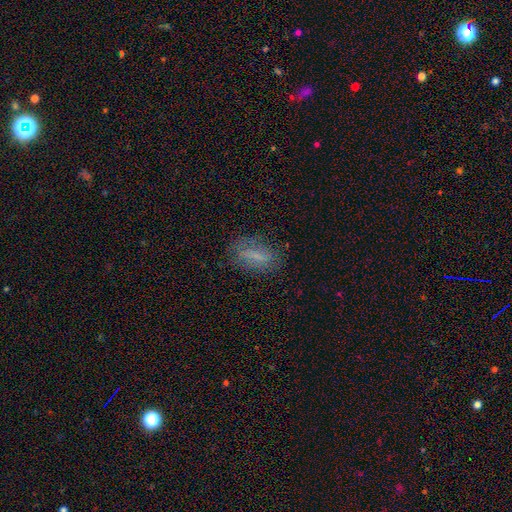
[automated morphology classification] smooth 55%, featured or disk 33%, star or artifact 12%. Down the decision tree: how rounded — in between (71%); merging — none (70%).